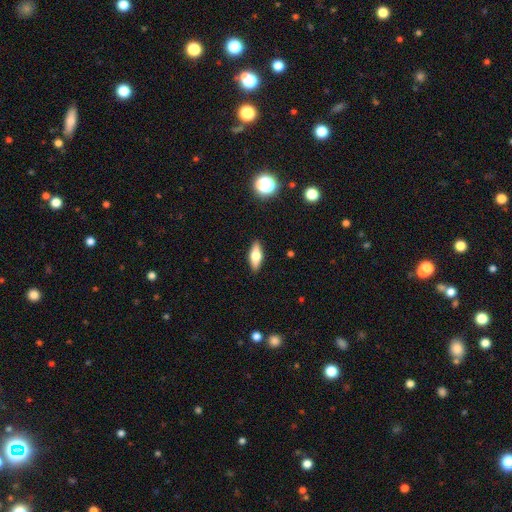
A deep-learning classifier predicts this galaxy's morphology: The model was most divided on "smooth or featured": smooth: 57%, featured or disk: 35%, star or artifact: 8%. More confident: merging — none (89%); how rounded — in between (66%).